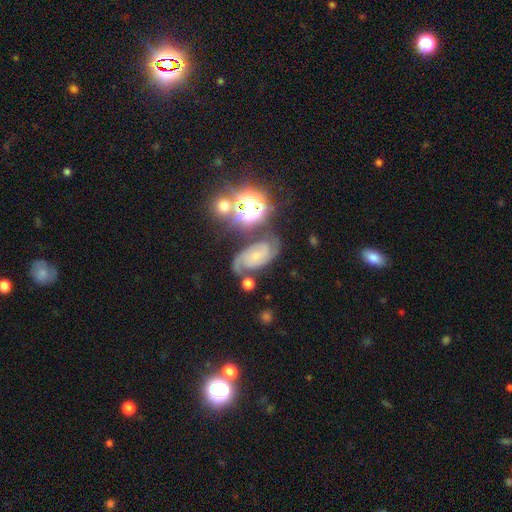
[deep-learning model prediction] Smooth or featured? Predicted: featured or disk (p=0.75). Edge-on disk? Predicted: no (p=0.97). Bar? Predicted: no (p=0.65). Spiral arms? Predicted: yes (p=0.96). Spiral winding? Predicted: tight (p=0.45). Spiral arm count? Predicted: 2 (p=0.78). Bulge size? Predicted: small (p=0.68). Merging? Predicted: none (p=0.61).